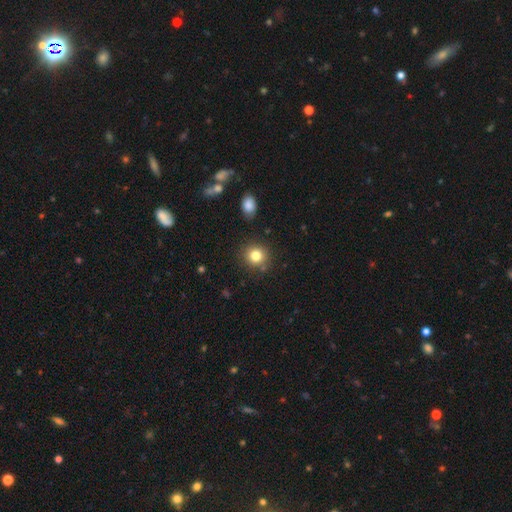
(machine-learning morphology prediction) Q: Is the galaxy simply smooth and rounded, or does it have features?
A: smooth — 80%.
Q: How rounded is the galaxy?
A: round — 87%.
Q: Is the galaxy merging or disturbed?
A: none — 86%.